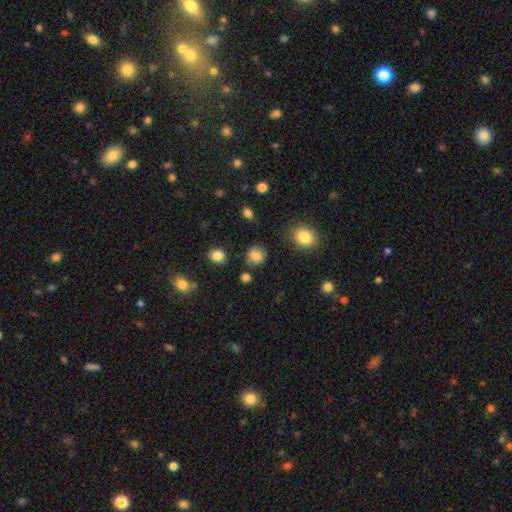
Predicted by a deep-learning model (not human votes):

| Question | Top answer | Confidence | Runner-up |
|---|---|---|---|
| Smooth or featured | smooth | 82% | star or artifact (11%) |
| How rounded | round | 82% | in between (17%) |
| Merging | none | 82% | minor disturbance (11%) |